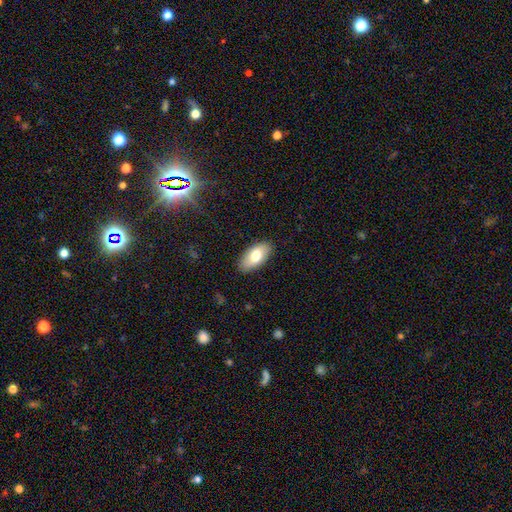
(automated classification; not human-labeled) A smooth galaxy with no disk features (77%) that is in between round and cigar-shaped (93%). Merging: none (88%).